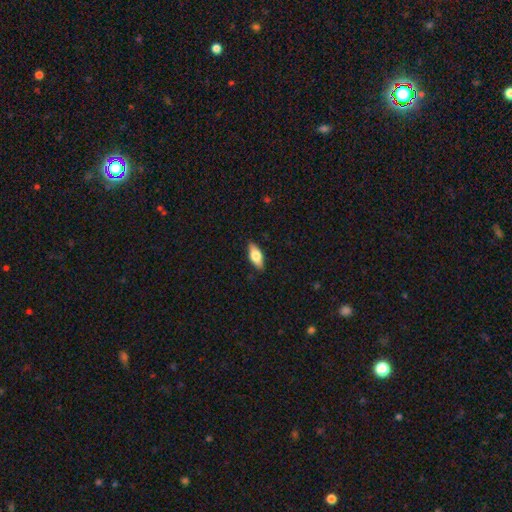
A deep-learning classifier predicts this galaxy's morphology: Overall: smooth (66%; featured or disk 28%). How rounded: in between (79%). Merging: none (87%).